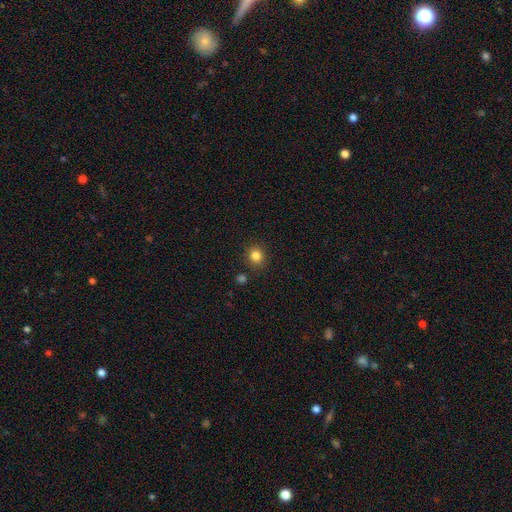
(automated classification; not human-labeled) smooth_or_featured: smooth (p=0.83) [alt: star or artifact p=0.12]
how_rounded: round (p=0.84) [alt: in between p=0.15]
merging: none (p=0.87) [alt: minor disturbance p=0.08]